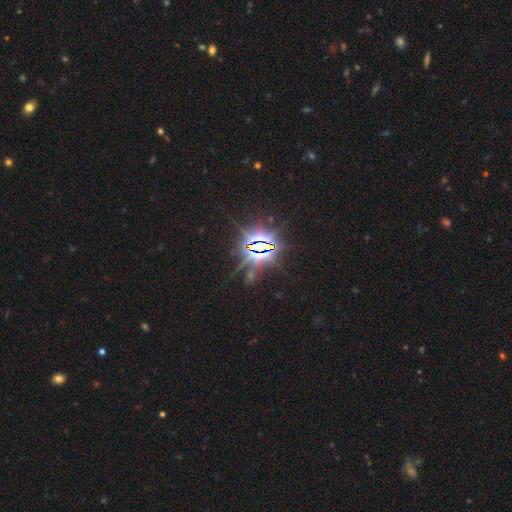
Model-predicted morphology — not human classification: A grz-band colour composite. It shows a star or artifact, not a galaxy (86%).